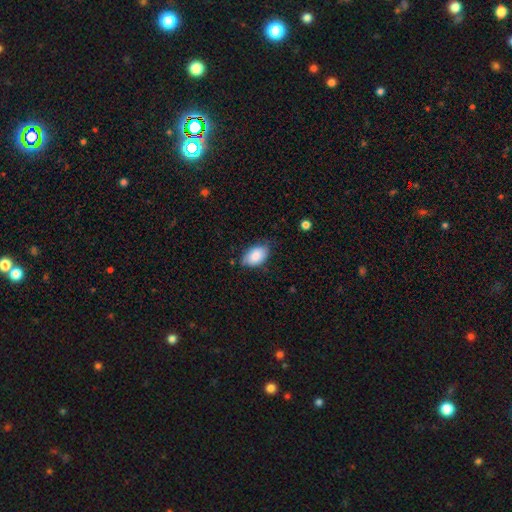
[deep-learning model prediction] Smooth or featured?
  - smooth: 83% *
  - featured or disk: 10%
  - star or artifact: 7%
How rounded?
  - in between: 92% *
  - round: 7%
  - cigar-shaped: 2%
Merging?
  - none: 65% *
  - minor disturbance: 28%
  - major disturbance: 5%
  - merger: 1%